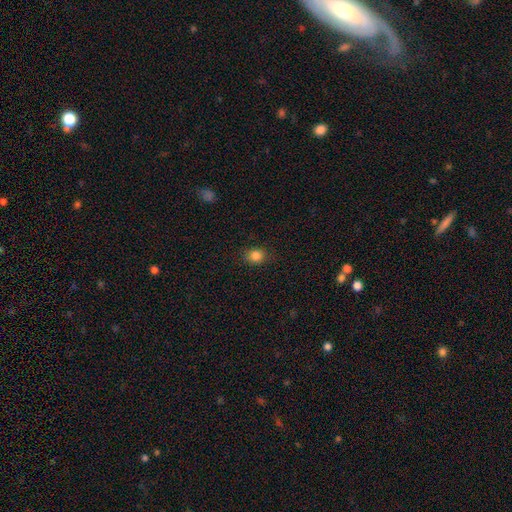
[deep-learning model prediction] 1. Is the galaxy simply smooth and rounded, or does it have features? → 84% smooth, 12% star or artifact, 5% featured or disk.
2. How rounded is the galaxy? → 65% round, 34% in between, 1% cigar-shaped.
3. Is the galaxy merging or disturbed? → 85% none, 11% minor disturbance, 3% major disturbance, 1% merger.